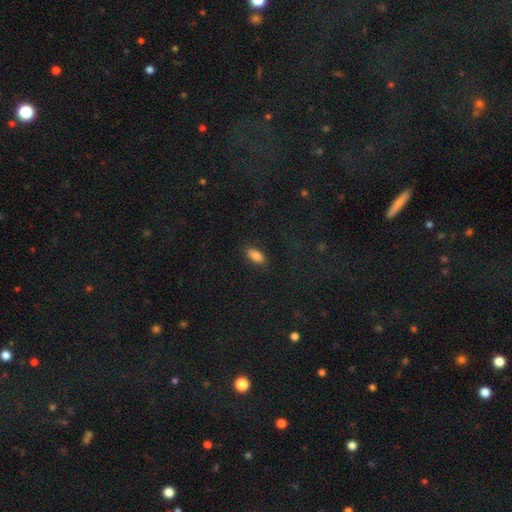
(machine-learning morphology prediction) smooth_or_featured: smooth (p=0.83) [alt: star or artifact p=0.09]
how_rounded: in between (p=0.91) [alt: cigar-shaped p=0.06]
merging: none (p=0.83) [alt: minor disturbance p=0.12]